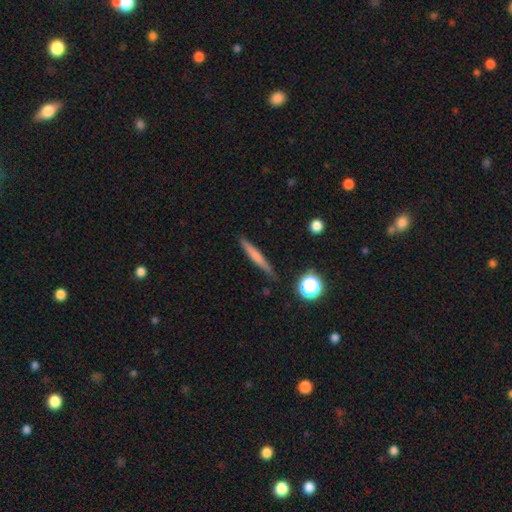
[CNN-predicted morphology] smooth-or-featured: smooth: 61% | featured or disk: 31% | star or artifact: 8%
  how-rounded: cigar-shaped: 93% | in between: 4% | round: 3%
  merging: none: 87% | minor disturbance: 9% | major disturbance: 2% | merger: 2%